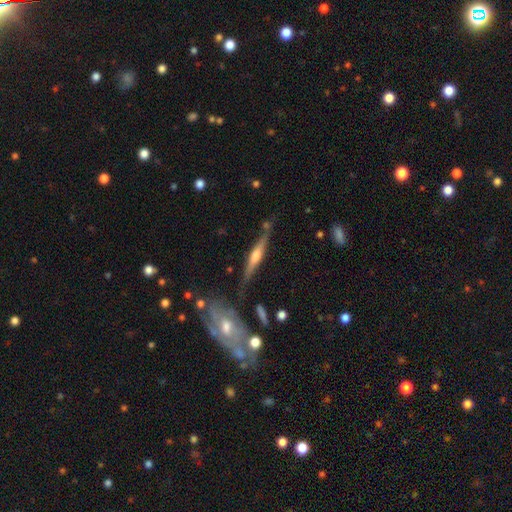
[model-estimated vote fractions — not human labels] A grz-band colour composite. It shows a featured or disk galaxy (68%) viewed edge-on (95%) with a rounded central bulge (82%). Merging: none (73%).